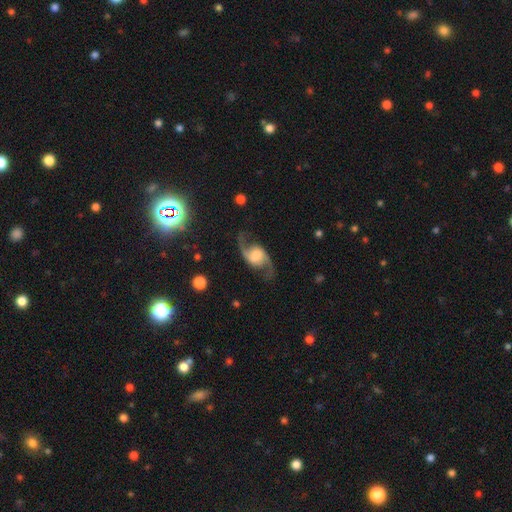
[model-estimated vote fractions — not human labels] smooth_or_featured: featured or disk (p=0.87) [alt: smooth p=0.07]
disk_edge_on: no (p=0.97) [alt: yes p=0.03]
bar: no (p=0.50) [alt: weak p=0.37]
has_spiral_arms: yes (p=0.97) [alt: no p=0.03]
spiral_winding: loose (p=0.77) [alt: medium p=0.19]
spiral_arm_count: 2 (p=0.95) [alt: 1 p=0.01]
bulge_size: large (p=0.36) [alt: moderate p=0.24]
merging: none (p=0.79) [alt: minor disturbance p=0.13]